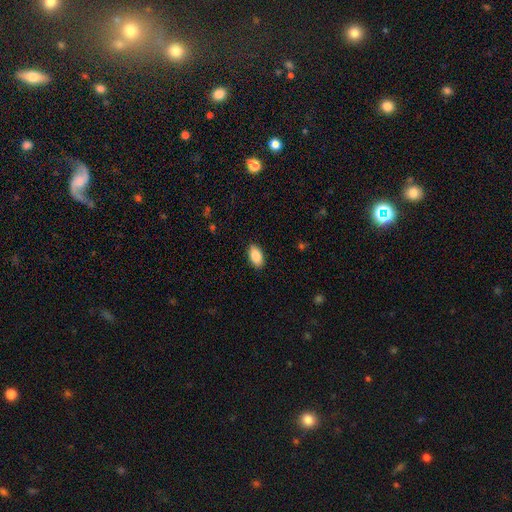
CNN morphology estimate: This appears to be a smooth galaxy with no disk features (86%) that is in between round and cigar-shaped (93%). Merging: none (89%).